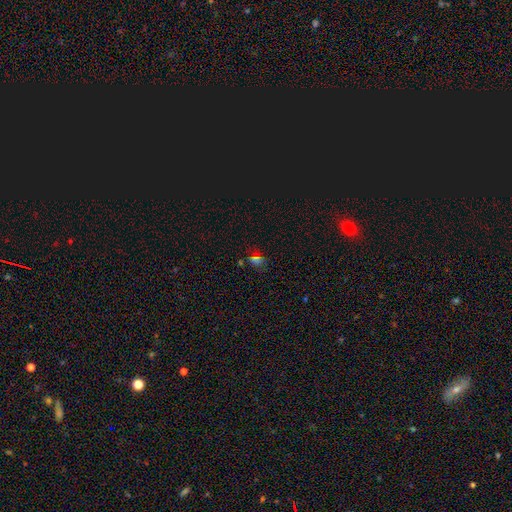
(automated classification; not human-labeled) Smooth or featured? Predicted: smooth (p=0.54). How rounded? Predicted: in between (p=0.71). Merging? Predicted: none (p=0.64).